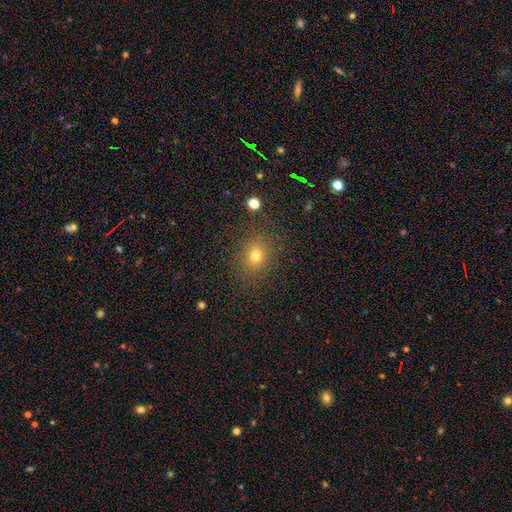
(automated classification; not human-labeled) Q: Smooth or featured?
A: smooth (73%); runner-up: star or artifact (18%)
Q: How rounded?
A: round (70%); runner-up: in between (29%)
Q: Merging?
A: none (86%); runner-up: minor disturbance (9%)